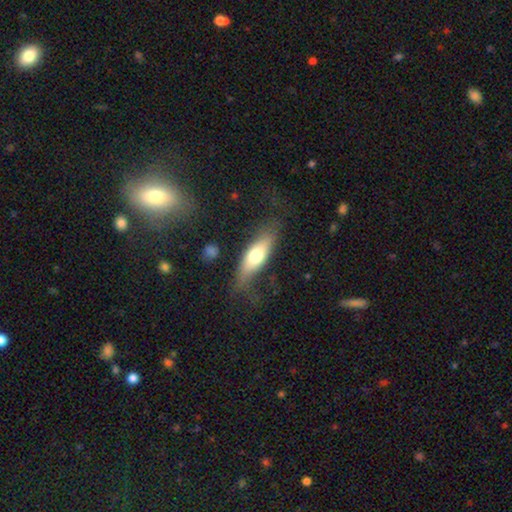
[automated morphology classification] smooth-or-featured: smooth: 62% | featured or disk: 31% | star or artifact: 6%
  how-rounded: in between: 62% | cigar-shaped: 35% | round: 3%
  merging: none: 62% | minor disturbance: 22% | major disturbance: 13% | merger: 2%